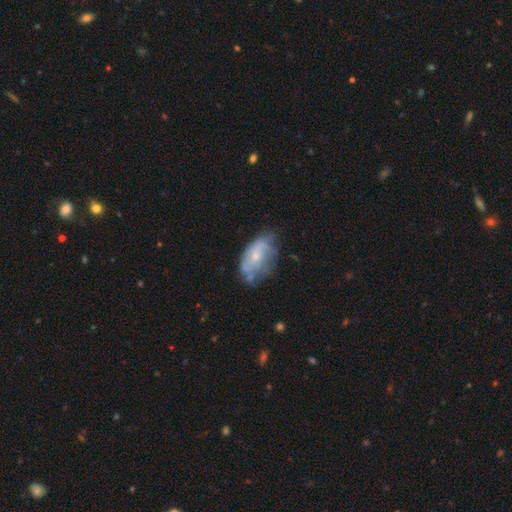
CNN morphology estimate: Overall: featured or disk (57%; smooth 35%). Edge-on disk: no (95%). Bar: no (78%). Spiral arms: yes (52%; no 48%). Bulge size: small (69%). Merging: none (44%; minor disturbance 34%).